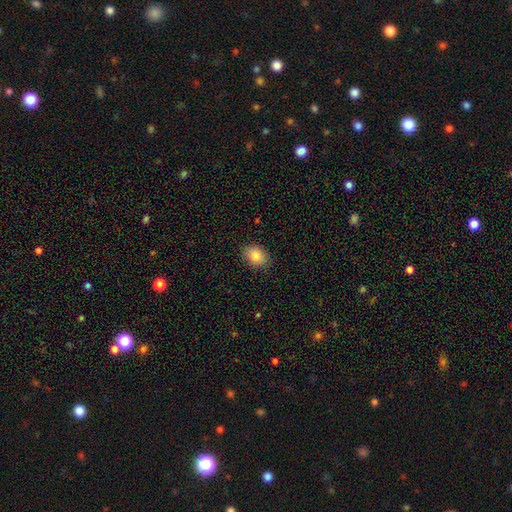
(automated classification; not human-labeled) Smooth or featured: smooth — 84% (star or artifact — 9%)
How rounded: in between — 67% (round — 32%)
Merging: none — 88% (minor disturbance — 9%)